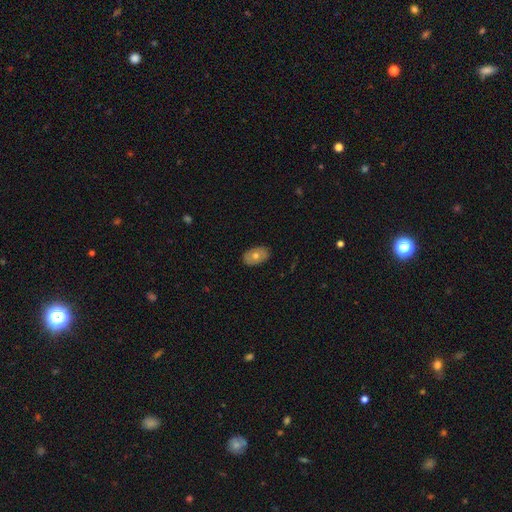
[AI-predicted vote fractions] A smooth galaxy with no disk features (58%) that is in between round and cigar-shaped (87%).

Vote fractions:
- Smooth or featured? smooth: 58% / featured or disk: 35% / star or artifact: 7%
- How rounded? in between: 87% / round: 12% / cigar-shaped: 1%
- Merging? none: 87% / minor disturbance: 10% / major disturbance: 2% / merger: 1%